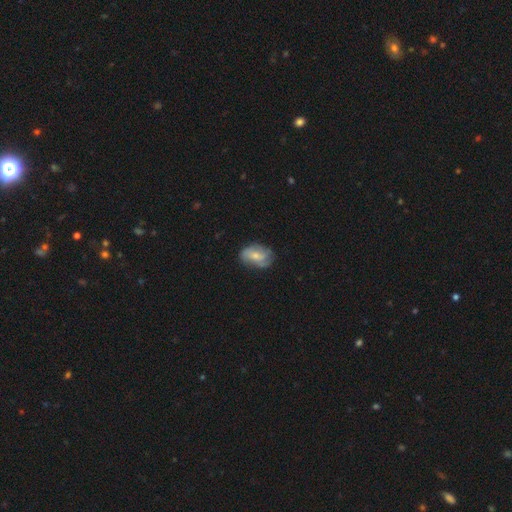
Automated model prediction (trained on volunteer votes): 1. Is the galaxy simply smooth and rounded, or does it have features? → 50% featured or disk, 43% smooth, 7% star or artifact.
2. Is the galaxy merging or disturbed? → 61% none, 27% minor disturbance, 10% major disturbance, 1% merger.